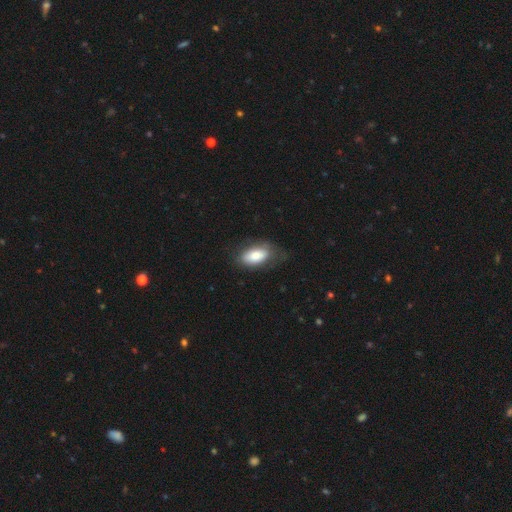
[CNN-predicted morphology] smooth 79%, featured or disk 15%, star or artifact 6%. Down the decision tree: how rounded — in between (91%); merging — none (65%).